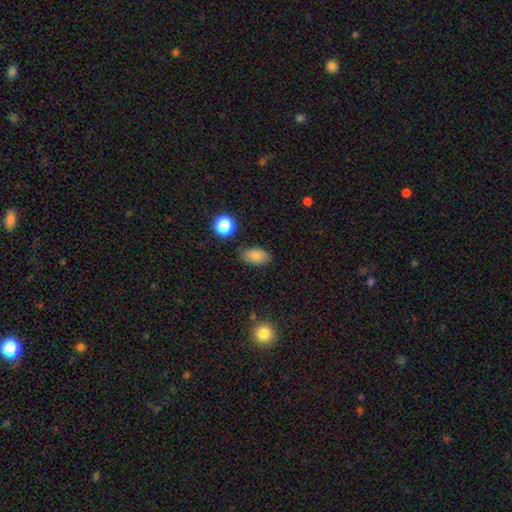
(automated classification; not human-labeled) Q: Smooth or featured?
A: smooth (82%); runner-up: star or artifact (10%)
Q: How rounded?
A: in between (90%); runner-up: round (8%)
Q: Merging?
A: none (83%); runner-up: minor disturbance (12%)